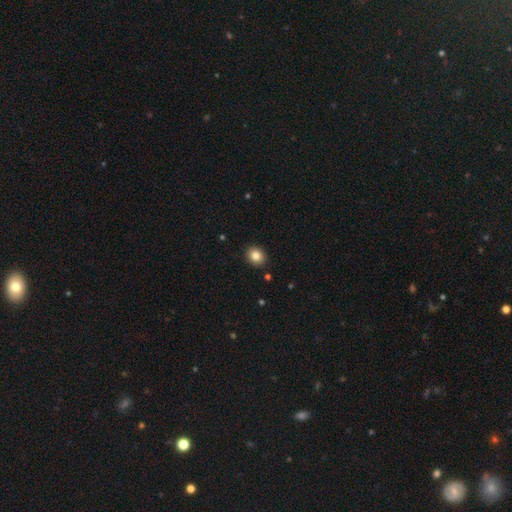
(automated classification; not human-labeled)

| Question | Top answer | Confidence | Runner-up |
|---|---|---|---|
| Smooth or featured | smooth | 84% | star or artifact (9%) |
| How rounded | round | 64% | in between (35%) |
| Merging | none | 90% | minor disturbance (7%) |